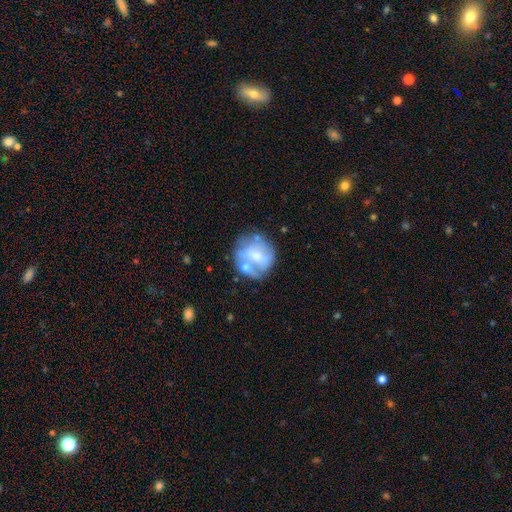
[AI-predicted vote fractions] Smooth or featured? featured or disk (54%)
Edge-on disk? no (97%)
Bar? no (53%)
Spiral arms? no (66%)
Bulge size? moderate (42%)
Merging? none (40%)